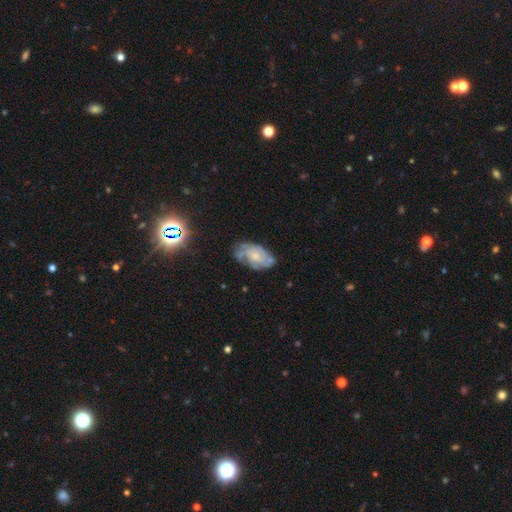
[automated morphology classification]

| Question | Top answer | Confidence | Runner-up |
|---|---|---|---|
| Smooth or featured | featured or disk | 69% | smooth (22%) |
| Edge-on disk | no | 96% | yes (4%) |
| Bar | no | 72% | weak (24%) |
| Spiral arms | yes | 84% | no (16%) |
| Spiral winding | tight | 52% | medium (36%) |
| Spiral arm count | can't tell | 45% | 2 (20%) |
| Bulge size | small | 43% | moderate (34%) |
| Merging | none | 61% | minor disturbance (26%) |